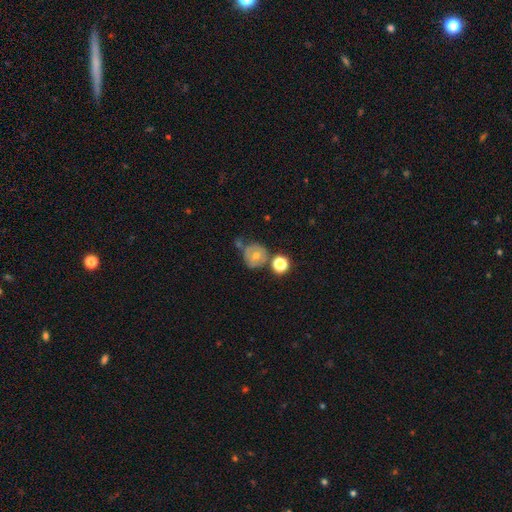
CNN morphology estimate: Smooth or featured: smooth — 53% (featured or disk — 35%)
How rounded: round — 85% (in between — 14%)
Merging: none — 55% (minor disturbance — 20%)